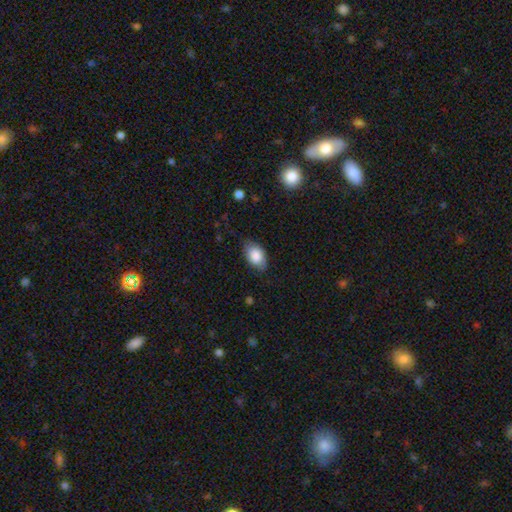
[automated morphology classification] Smooth or featured? Predicted: smooth (p=0.84). How rounded? Predicted: in between (p=0.89). Merging? Predicted: none (p=0.72).